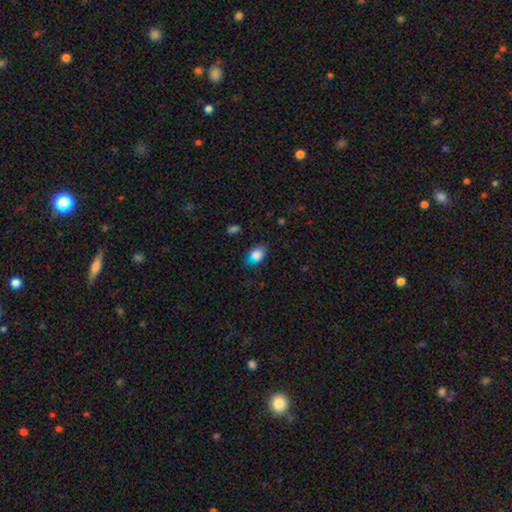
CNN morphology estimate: Smooth or featured? Predicted: smooth (p=0.80). How rounded? Predicted: in between (p=0.77). Merging? Predicted: none (p=0.71).